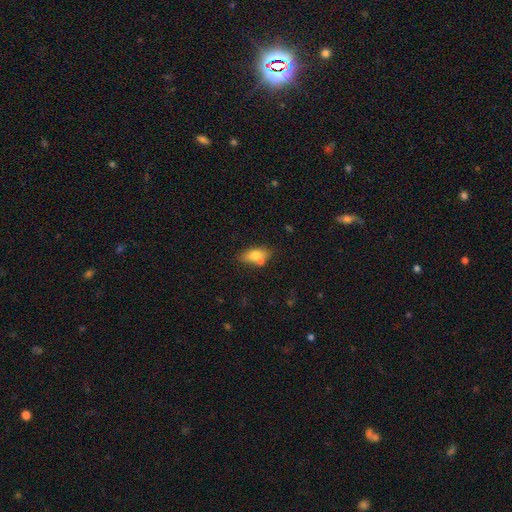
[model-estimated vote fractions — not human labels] This is likely a smooth galaxy (73%). How rounded: clearly in between (84%). Merging: likely none (60%).